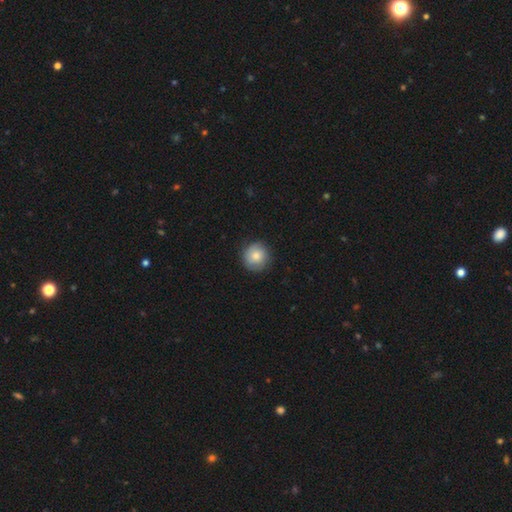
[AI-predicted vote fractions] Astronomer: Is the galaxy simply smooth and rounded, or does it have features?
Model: smooth — 78%.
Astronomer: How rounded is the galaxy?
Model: round — 94%.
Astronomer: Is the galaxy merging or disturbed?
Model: none — 86%.